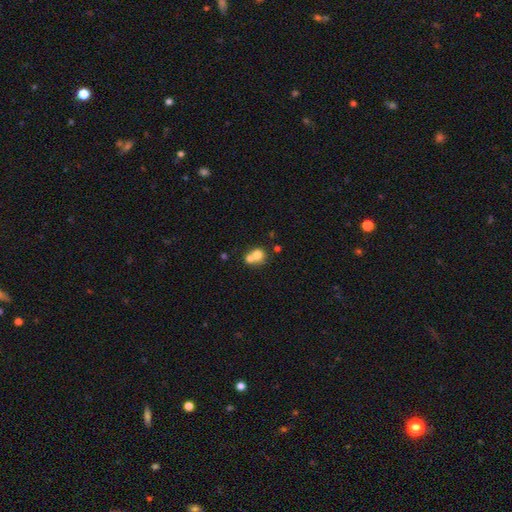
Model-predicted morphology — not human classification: Overall: smooth (74%). How rounded: round (79%). Merging: merger (61%; none 31%).